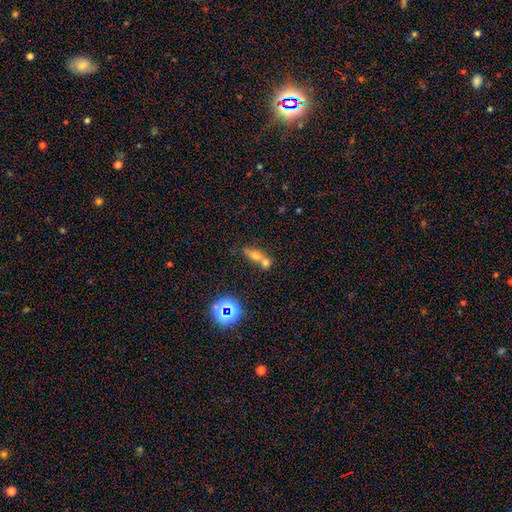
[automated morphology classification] Smooth or featured: smooth — 52% (featured or disk — 27%)
How rounded: in between — 53% (cigar-shaped — 25%)
Merging: merger — 56% (none — 30%)